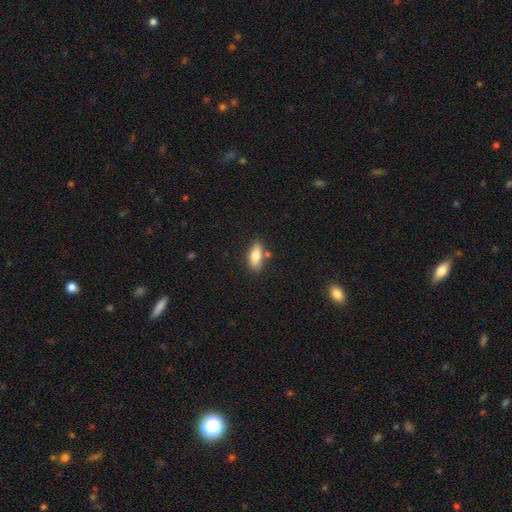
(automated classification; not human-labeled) Smooth or featured: smooth — 79% (featured or disk — 14%)
How rounded: in between — 83% (cigar-shaped — 14%)
Merging: none — 72% (minor disturbance — 15%)